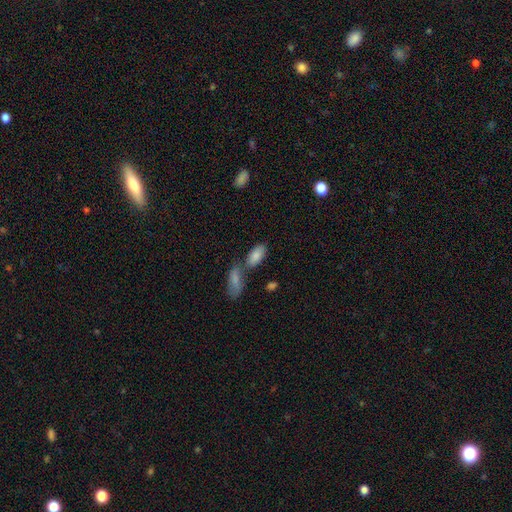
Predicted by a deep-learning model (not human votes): This is clearly a smooth galaxy (85%). How rounded: clearly in between (89%). Merging: possibly none (45%).